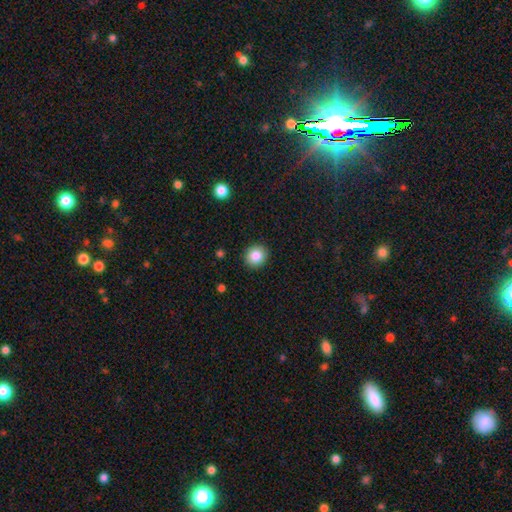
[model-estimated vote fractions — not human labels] Smooth or featured?
  - smooth: 84% *
  - star or artifact: 10%
  - featured or disk: 6%
How rounded?
  - round: 88% *
  - in between: 11%
  - cigar-shaped: 1%
Merging?
  - none: 91% *
  - minor disturbance: 6%
  - major disturbance: 2%
  - merger: 1%